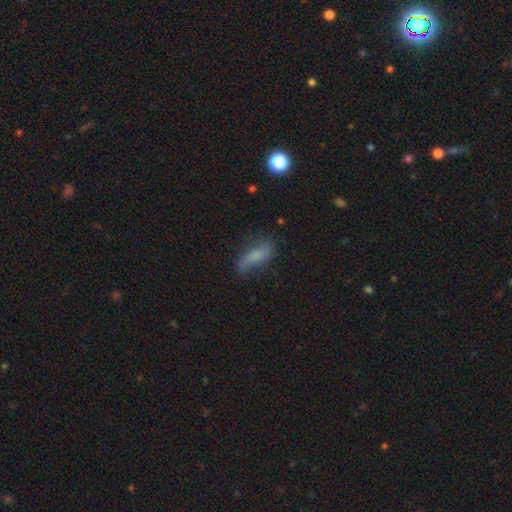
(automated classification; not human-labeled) A smooth galaxy with no disk features (56%) that is in between round and cigar-shaped (51%).

Vote fractions:
- Smooth or featured? smooth: 56% / featured or disk: 33% / star or artifact: 11%
- How rounded? in between: 51% / cigar-shaped: 44% / round: 4%
- Merging? none: 57% / minor disturbance: 28% / major disturbance: 12% / merger: 3%